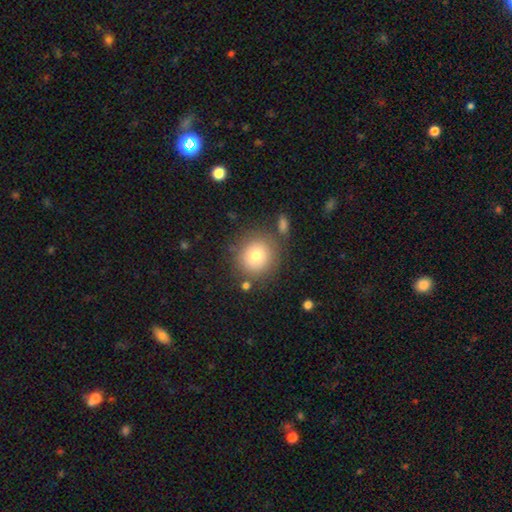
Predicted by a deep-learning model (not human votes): Smooth or featured?
  - smooth: 78% *
  - featured or disk: 13%
  - star or artifact: 10%
How rounded?
  - round: 89% *
  - in between: 10%
  - cigar-shaped: 1%
Merging?
  - none: 78% *
  - minor disturbance: 11%
  - merger: 6%
  - major disturbance: 4%